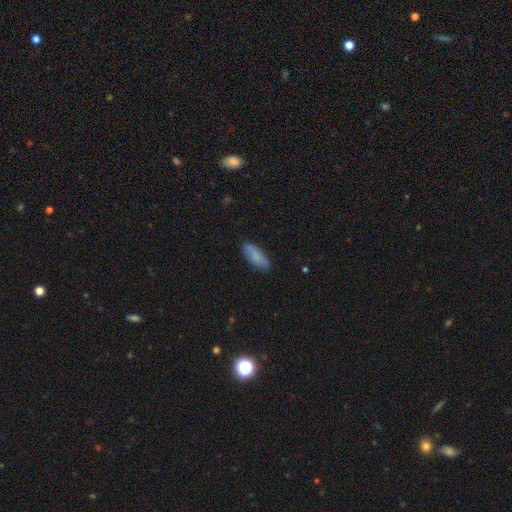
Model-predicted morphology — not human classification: Smooth or featured? smooth (80%)
How rounded? in between (67%)
Merging? none (83%)